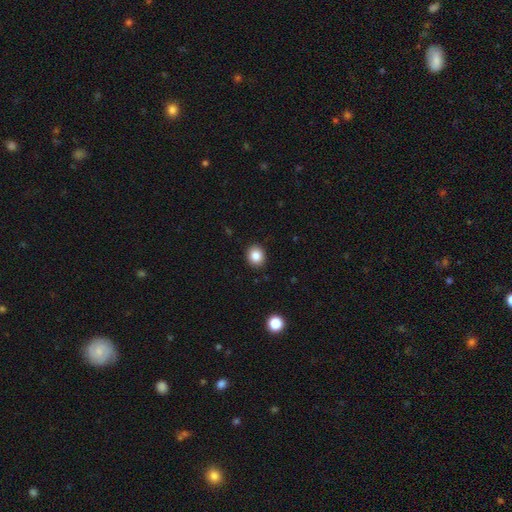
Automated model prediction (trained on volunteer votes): Smooth or featured: smooth — 85% (star or artifact — 10%)
How rounded: round — 70% (in between — 29%)
Merging: none — 91% (minor disturbance — 7%)